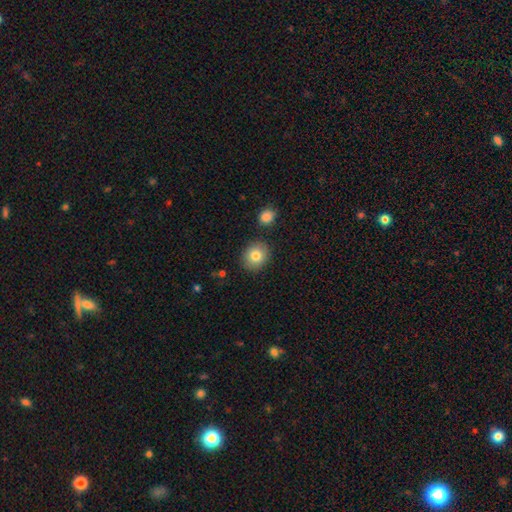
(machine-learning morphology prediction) The model was most divided on "how rounded": round: 70%, in between: 29%, cigar-shaped: 1%. More confident: merging — none (85%); smooth or featured — smooth (82%).